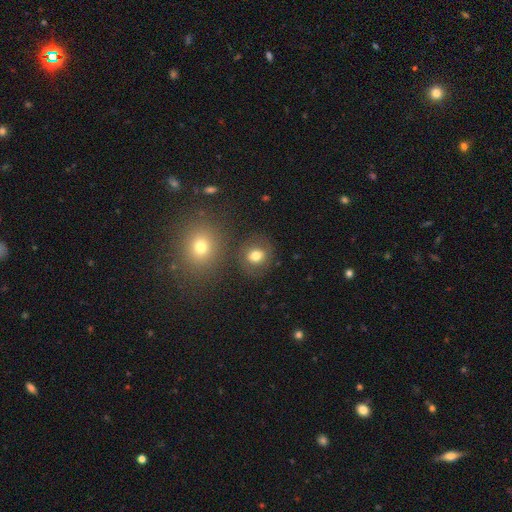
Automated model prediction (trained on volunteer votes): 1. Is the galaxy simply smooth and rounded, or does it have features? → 75% smooth, 13% star or artifact, 12% featured or disk.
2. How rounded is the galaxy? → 77% round, 22% in between, 1% cigar-shaped.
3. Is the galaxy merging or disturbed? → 75% none, 11% minor disturbance, 9% merger, 5% major disturbance.